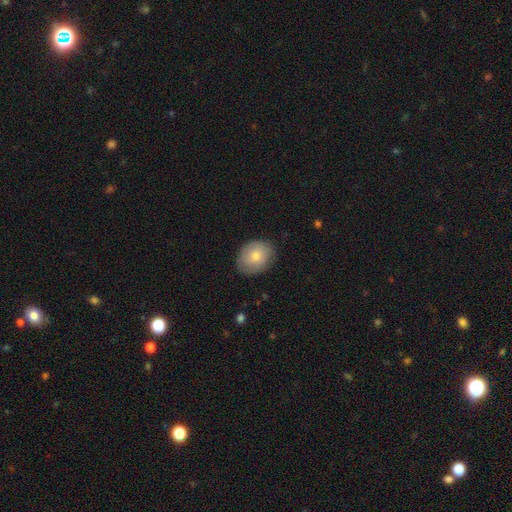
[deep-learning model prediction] Overall: smooth (73%). How rounded: in between (58%; round 41%). Merging: none (82%).